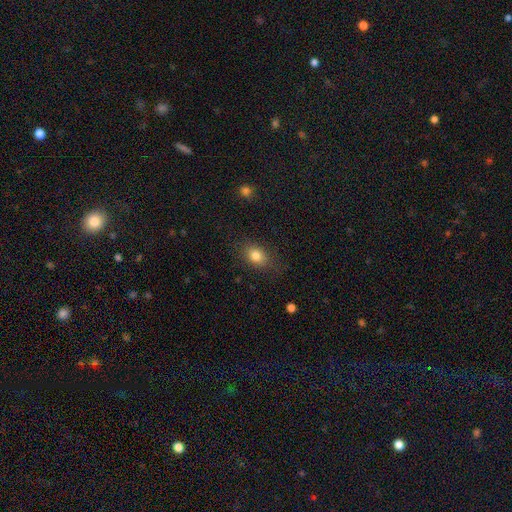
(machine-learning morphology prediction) smooth_or_featured: smooth (p=0.81) [alt: star or artifact p=0.10]
how_rounded: in between (p=0.70) [alt: round p=0.28]
merging: none (p=0.80) [alt: minor disturbance p=0.14]